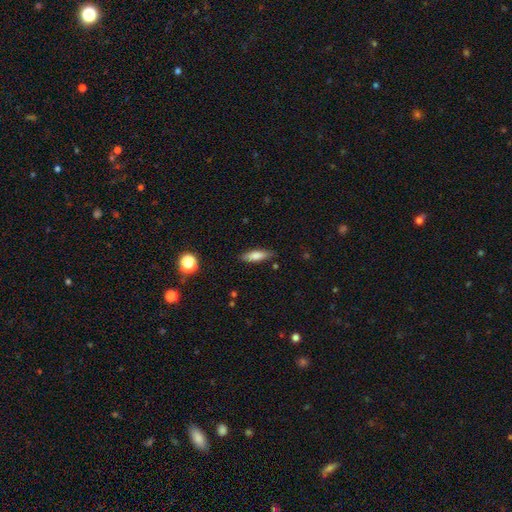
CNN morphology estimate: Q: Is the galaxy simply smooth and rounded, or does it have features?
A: smooth — 75%.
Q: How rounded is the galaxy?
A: cigar-shaped — 55%.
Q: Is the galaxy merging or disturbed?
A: none — 84%.